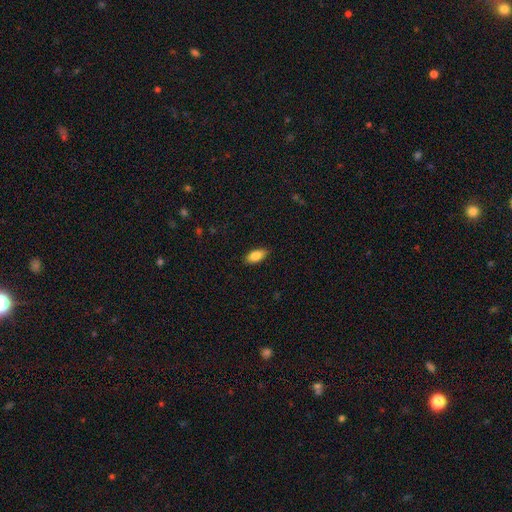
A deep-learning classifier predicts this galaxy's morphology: A smooth galaxy with no disk features (84%) that is in between round and cigar-shaped (89%). Merging: none (86%).